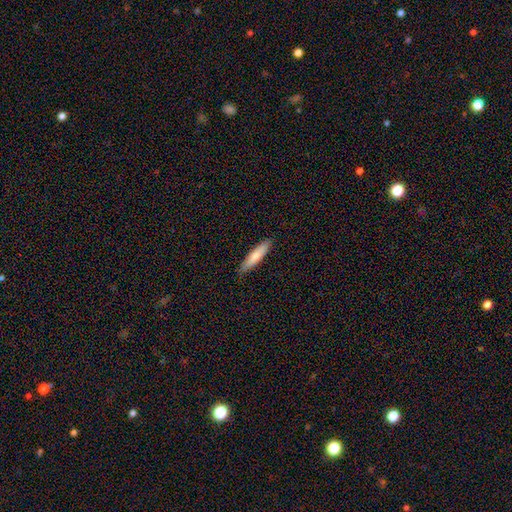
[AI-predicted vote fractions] Smooth or featured: smooth — 76% (featured or disk — 19%)
How rounded: cigar-shaped — 81% (in between — 18%)
Merging: none — 88% (minor disturbance — 9%)